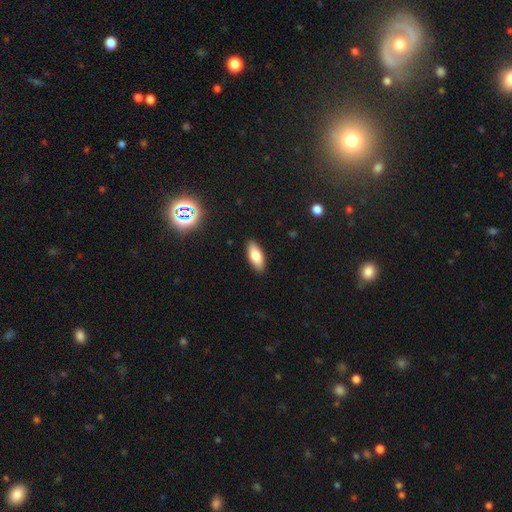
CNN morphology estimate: smooth-or-featured: smooth: 79% | featured or disk: 14% | star or artifact: 7%
  how-rounded: in between: 81% | cigar-shaped: 17% | round: 2%
  merging: none: 89% | minor disturbance: 8% | major disturbance: 2% | merger: 1%